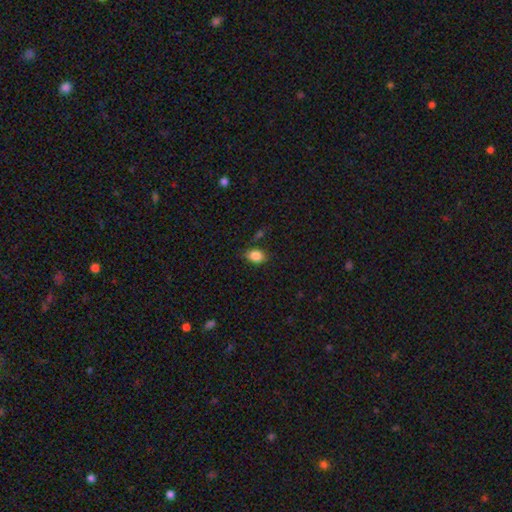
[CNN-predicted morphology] The model was most divided on "how rounded": in between: 73%, round: 26%, cigar-shaped: 1%. More confident: smooth or featured — smooth (85%); merging — none (77%).